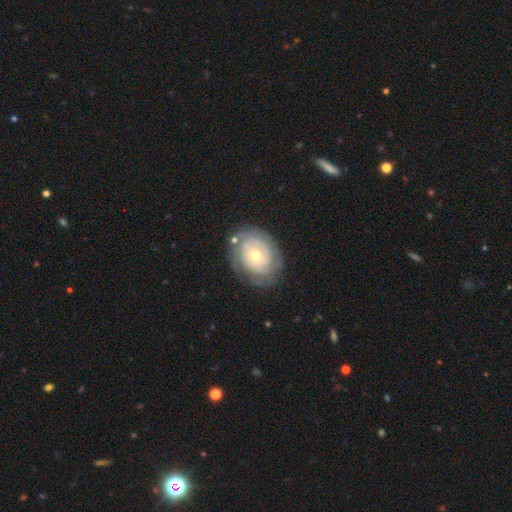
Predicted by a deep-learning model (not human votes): The model was most divided on "bulge size": small: 52%, moderate: 44%, large: 3%, none: 1%, dominant: 1%. More confident: edge-on disk — no (97%); spiral arms — yes (85%); bar — no (79%); spiral winding — tight (78%); merging — none (74%); smooth or featured — featured or disk (74%); spiral arm count — can't tell (51%).